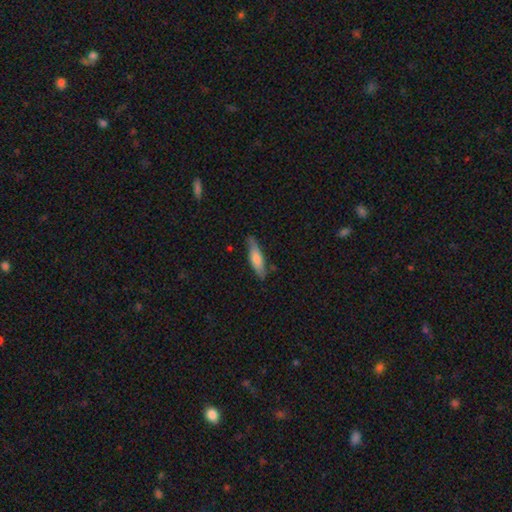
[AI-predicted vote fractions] This appears to be a smooth galaxy with no disk features (61%) that is cigar-shaped (73%). Merging: none (80%).